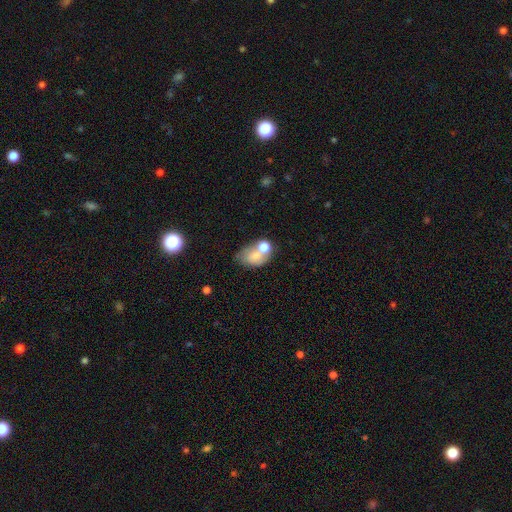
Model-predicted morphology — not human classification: smooth-or-featured: smooth: 63% | featured or disk: 26% | star or artifact: 11%
  how-rounded: in between: 76% | round: 22% | cigar-shaped: 1%
  merging: merger: 42% | none: 30% | minor disturbance: 17% | major disturbance: 11%